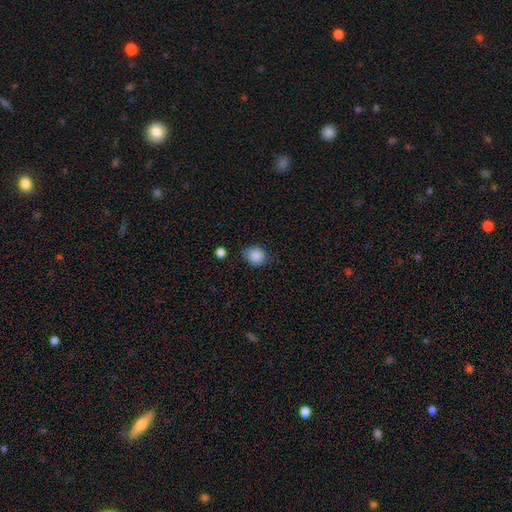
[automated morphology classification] This is clearly a smooth galaxy (87%). How rounded: likely round (74%). Merging: likely none (73%).